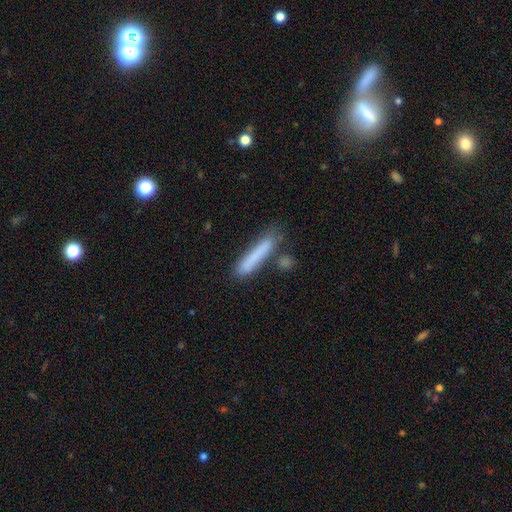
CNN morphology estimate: type=smooth (75%); roundness=cigar-shaped (93%); merging=none (68%).